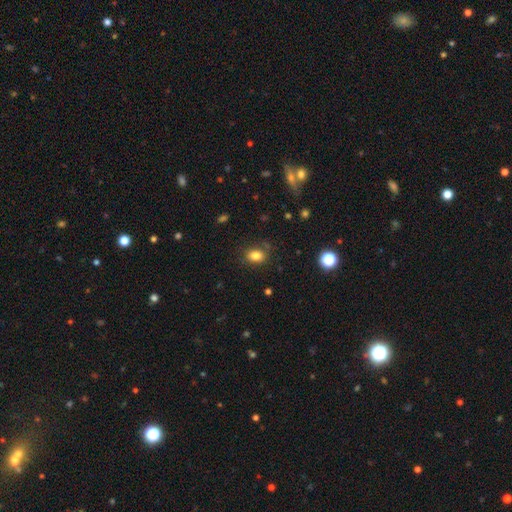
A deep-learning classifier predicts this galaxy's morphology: smooth 82%, star or artifact 12%, featured or disk 7%. Down the decision tree: how rounded — in between (68%); merging — none (80%).